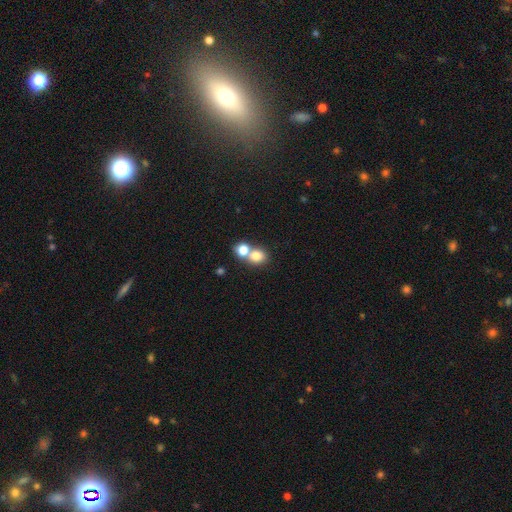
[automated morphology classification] Smooth or featured?
  - smooth: 78% *
  - star or artifact: 11%
  - featured or disk: 11%
How rounded?
  - round: 69% *
  - in between: 29%
  - cigar-shaped: 1%
Merging?
  - merger: 57% *
  - none: 35%
  - minor disturbance: 6%
  - major disturbance: 3%